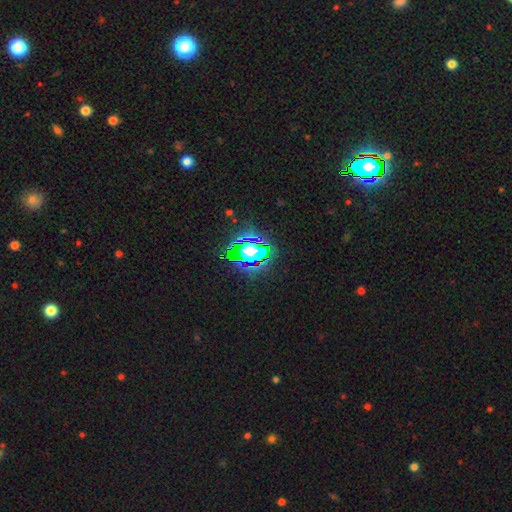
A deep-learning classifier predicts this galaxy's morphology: Smooth or featured?
  - star or artifact: 49% *
  - smooth: 31%
  - featured or disk: 20%